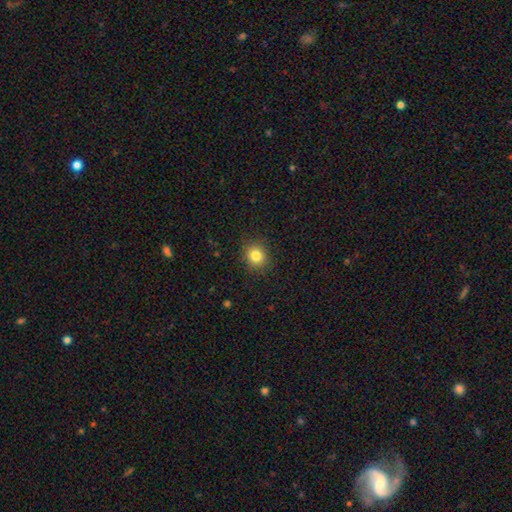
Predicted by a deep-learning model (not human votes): This is clearly a smooth galaxy (83%). How rounded: likely round (76%). Merging: clearly none (89%).